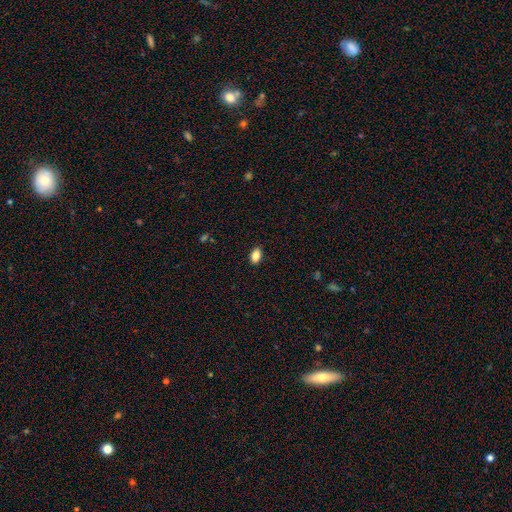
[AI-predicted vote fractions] This appears to be a smooth galaxy with no disk features (85%) that is in between round and cigar-shaped (88%). Merging: none (89%).